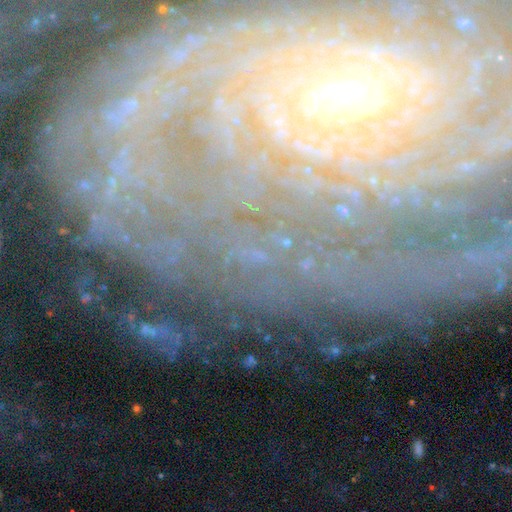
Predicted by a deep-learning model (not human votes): This appears to be a star or artifact, not a galaxy (52%).